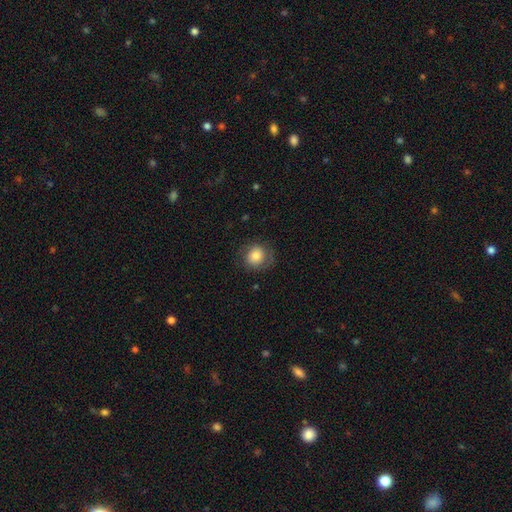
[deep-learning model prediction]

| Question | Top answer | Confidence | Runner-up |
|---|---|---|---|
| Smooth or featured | smooth | 74% | featured or disk (17%) |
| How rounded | round | 86% | in between (13%) |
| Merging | none | 74% | minor disturbance (16%) |